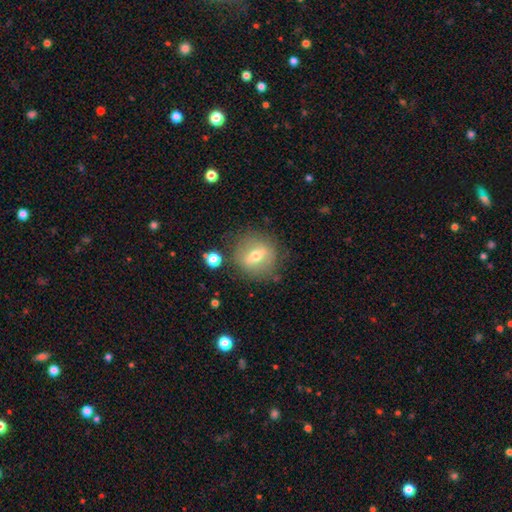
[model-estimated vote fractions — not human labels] Smooth or featured? featured or disk (47%)
Merging? none (81%)